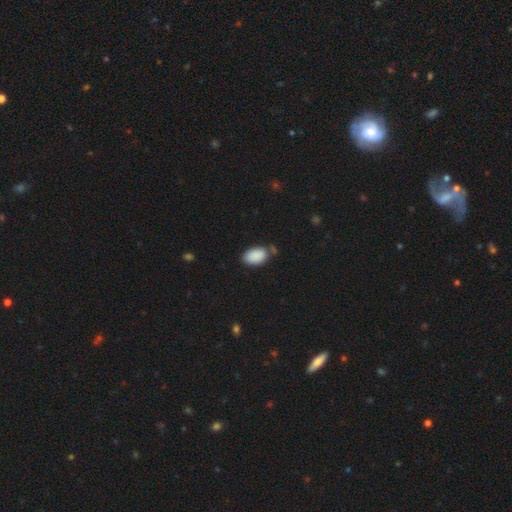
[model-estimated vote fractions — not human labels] A smooth galaxy with no disk features (90%) that is in between round and cigar-shaped (93%).

Vote fractions:
- Smooth or featured? smooth: 90% / star or artifact: 7% / featured or disk: 4%
- How rounded? in between: 93% / round: 6% / cigar-shaped: 1%
- Merging? none: 68% / minor disturbance: 20% / merger: 8% / major disturbance: 4%